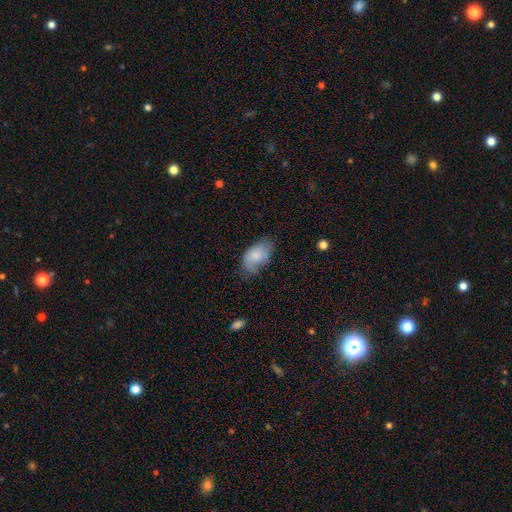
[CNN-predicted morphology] A smooth galaxy with no disk features (70%) that is in between round and cigar-shaped (93%). Merging: none (56%).